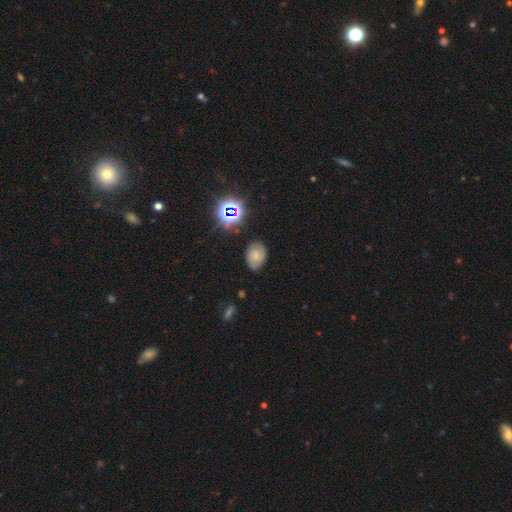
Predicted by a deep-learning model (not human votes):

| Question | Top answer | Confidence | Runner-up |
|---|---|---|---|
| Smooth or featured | smooth | 46% | featured or disk (37%) |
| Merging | none | 74% | minor disturbance (19%) |